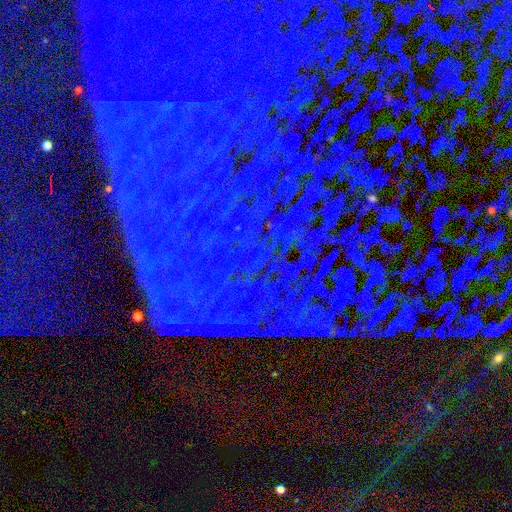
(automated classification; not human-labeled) Smooth or featured?
  - star or artifact: 85% *
  - featured or disk: 9%
  - smooth: 7%